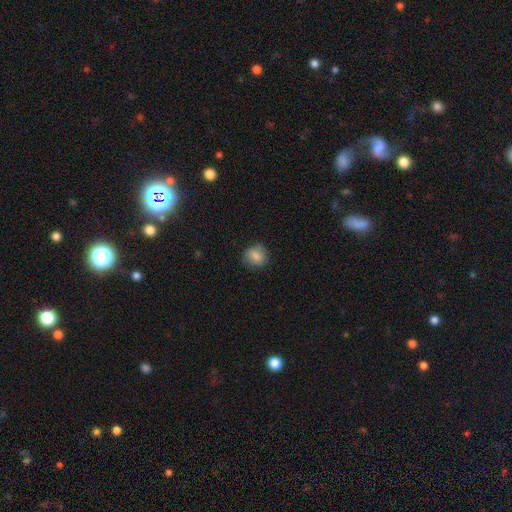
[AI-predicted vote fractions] smooth_or_featured: smooth (p=0.82) [alt: star or artifact p=0.09]
how_rounded: round (p=0.78) [alt: in between p=0.21]
merging: none (p=0.83) [alt: minor disturbance p=0.13]